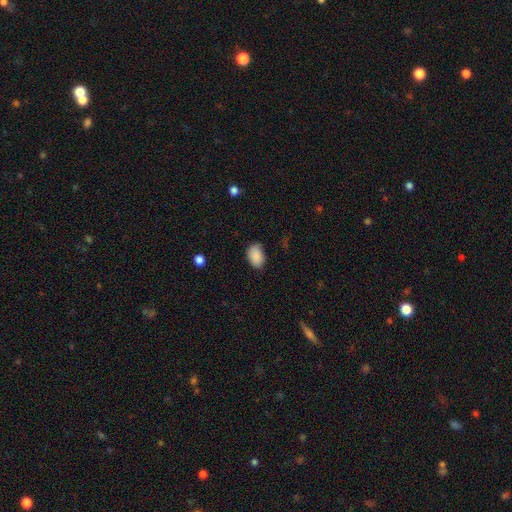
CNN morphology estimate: Smooth or featured? Predicted: smooth (p=0.89). How rounded? Predicted: in between (p=0.87). Merging? Predicted: none (p=0.76).